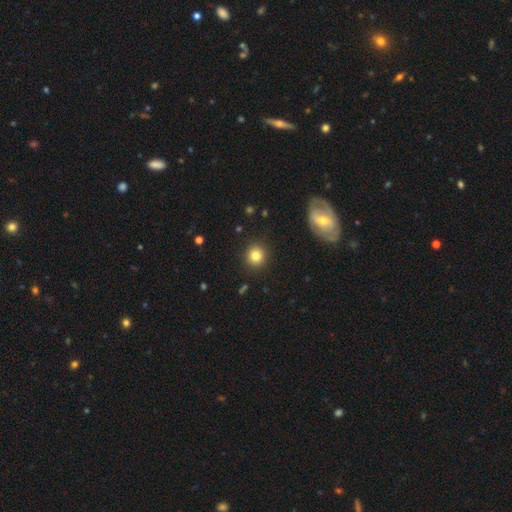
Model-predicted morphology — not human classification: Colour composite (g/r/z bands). It shows a smooth galaxy with no disk features (82%) that is round (91%). Merging: none (90%).